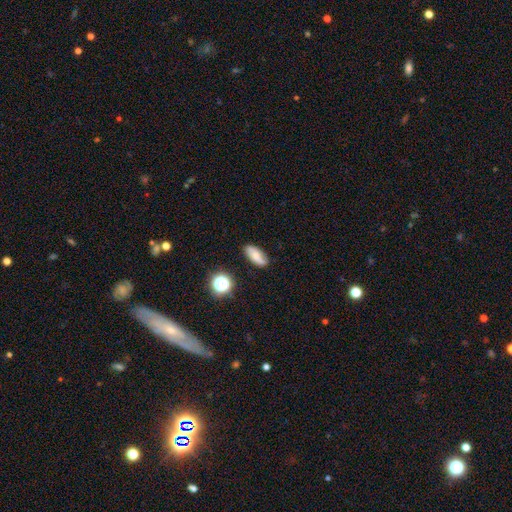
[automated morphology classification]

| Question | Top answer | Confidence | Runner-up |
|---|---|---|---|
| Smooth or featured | smooth | 66% | featured or disk (23%) |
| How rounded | in between | 80% | cigar-shaped (14%) |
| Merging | none | 77% | minor disturbance (17%) |